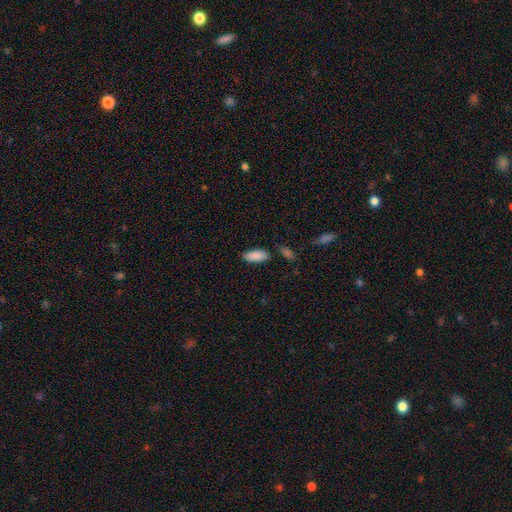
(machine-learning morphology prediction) Smooth or featured: smooth — 88% (star or artifact — 7%)
How rounded: in between — 84% (cigar-shaped — 14%)
Merging: none — 80% (minor disturbance — 12%)